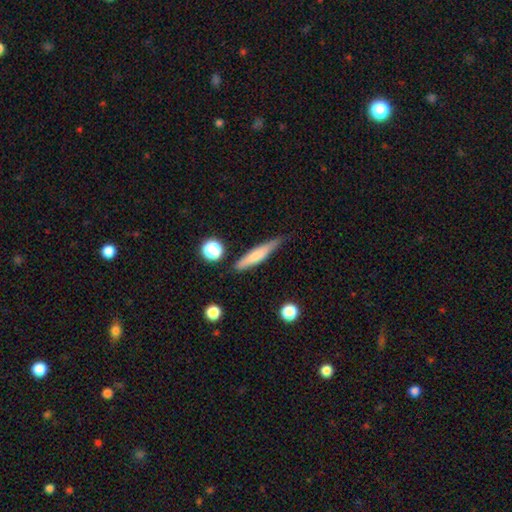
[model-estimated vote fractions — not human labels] Smooth or featured: smooth — 61% (featured or disk — 32%)
How rounded: cigar-shaped — 86% (in between — 11%)
Merging: none — 76% (minor disturbance — 18%)